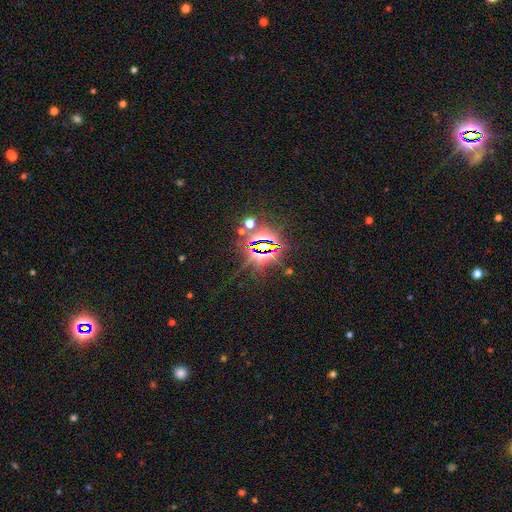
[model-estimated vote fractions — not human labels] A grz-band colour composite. It shows a star or artifact, not a galaxy (85%).